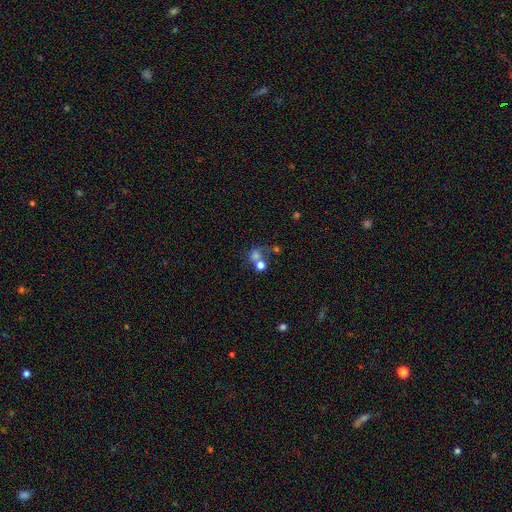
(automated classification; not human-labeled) Smooth or featured: smooth — 66% (star or artifact — 17%)
How rounded: round — 75% (in between — 24%)
Merging: merger — 47% (none — 33%)